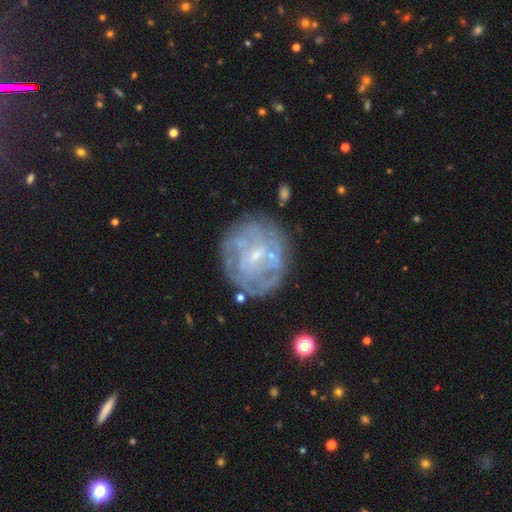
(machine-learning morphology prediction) A featured or disk galaxy (70%) with no bar (53%), no spiral arms (53%) and a small central bulge (67%).

Vote fractions:
- Smooth or featured? featured or disk: 70% / smooth: 21% / star or artifact: 9%
- Edge-on disk? no: 97% / yes: 3%
- Bar? no: 53% / weak: 38% / strong: 9%
- Spiral arms? no: 53% / yes: 47%
- Bulge size? small: 67% / moderate: 19% / none: 12% / large: 1% / dominant: 1%
- Merging? none: 65% / minor disturbance: 19% / major disturbance: 11% / merger: 5%